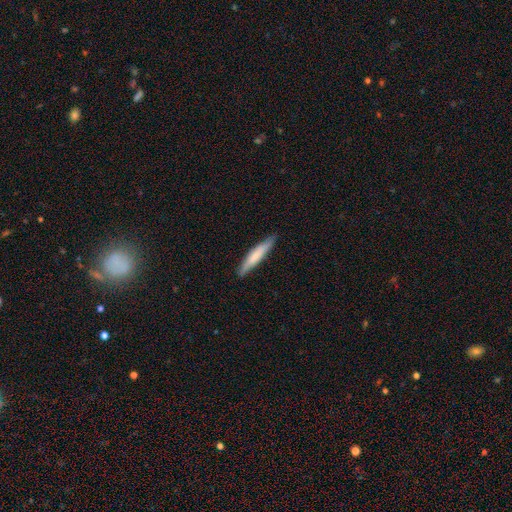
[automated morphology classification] type=smooth (67%); roundness=cigar-shaped (92%); merging=none (87%).